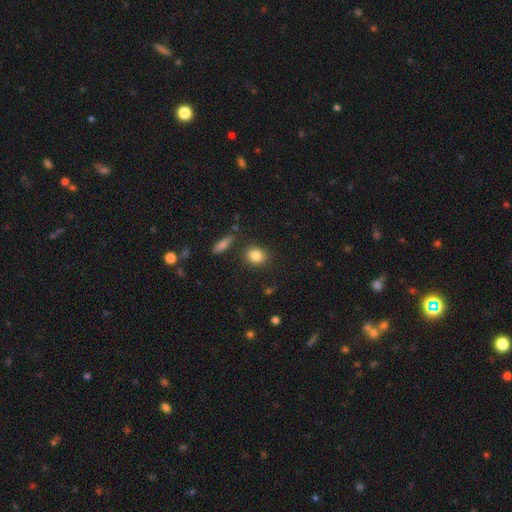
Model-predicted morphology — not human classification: type=smooth (84%); roundness=round (60%); merging=none (83%).